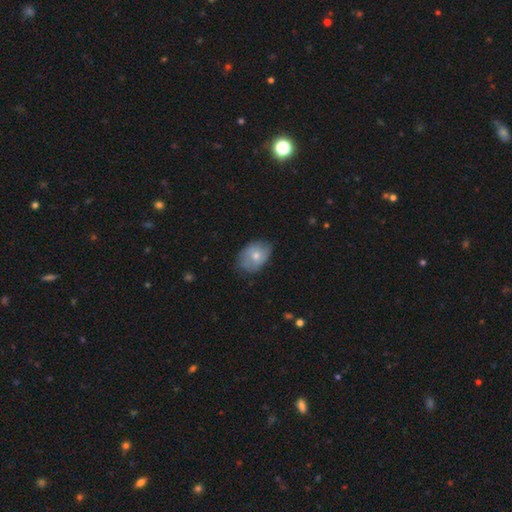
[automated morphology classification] Overall: smooth (61%; featured or disk 32%). How rounded: in between (76%). Merging: none (64%; minor disturbance 29%).